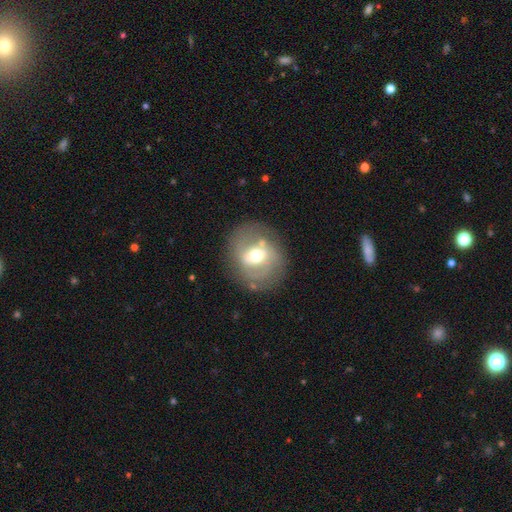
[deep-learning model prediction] smooth_or_featured: featured or disk (p=0.60) [alt: smooth p=0.32]
disk_edge_on: no (p=0.95) [alt: yes p=0.05]
bar: weak (p=0.40) [alt: no p=0.37]
has_spiral_arms: yes (p=0.51) [alt: no p=0.49]
bulge_size: moderate (p=0.68) [alt: small p=0.19]
merging: none (p=0.72) [alt: minor disturbance p=0.14]